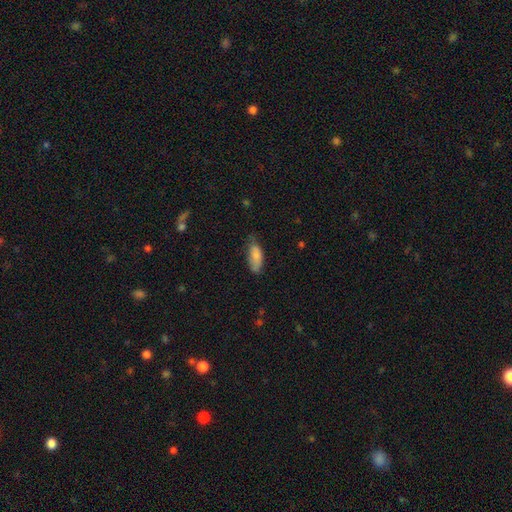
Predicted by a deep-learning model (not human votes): Smooth or featured?
  - smooth: 83% *
  - featured or disk: 10%
  - star or artifact: 7%
How rounded?
  - in between: 78% *
  - cigar-shaped: 20%
  - round: 2%
Merging?
  - none: 58% *
  - minor disturbance: 33%
  - major disturbance: 7%
  - merger: 2%